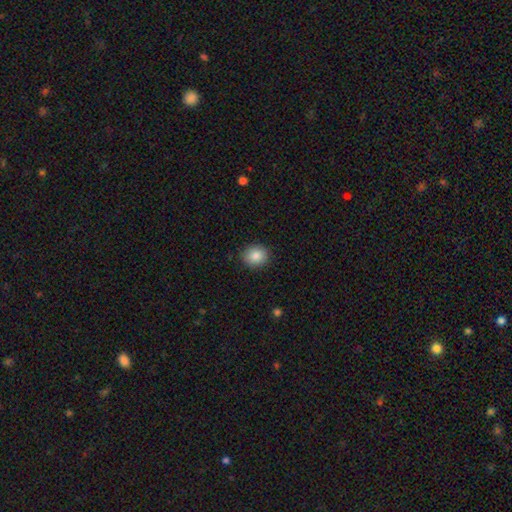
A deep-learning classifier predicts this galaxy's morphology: Smooth or featured? smooth (86%)
How rounded? round (72%)
Merging? none (89%)